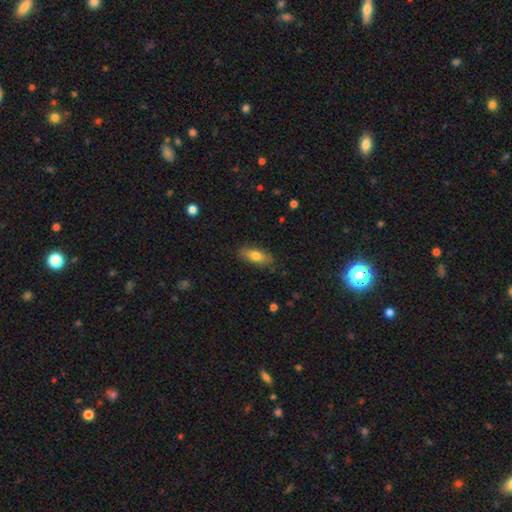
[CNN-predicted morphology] Overall: smooth (72%). How rounded: in between (72%). Merging: none (82%).